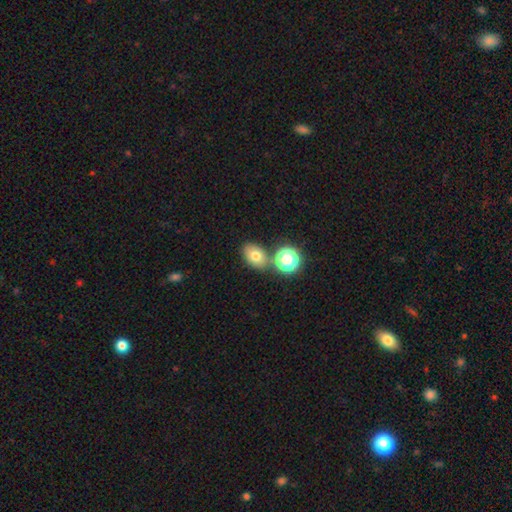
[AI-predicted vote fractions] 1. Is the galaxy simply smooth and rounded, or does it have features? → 73% smooth, 14% star or artifact, 13% featured or disk.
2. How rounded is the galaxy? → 69% in between, 30% round, 1% cigar-shaped.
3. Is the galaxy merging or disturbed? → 68% none, 17% merger, 12% minor disturbance, 4% major disturbance.